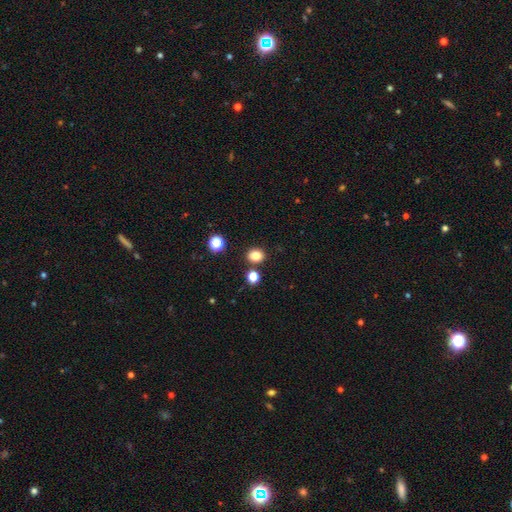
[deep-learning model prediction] Smooth or featured: smooth — 81% (star or artifact — 14%)
How rounded: round — 64% (in between — 35%)
Merging: none — 83% (minor disturbance — 8%)